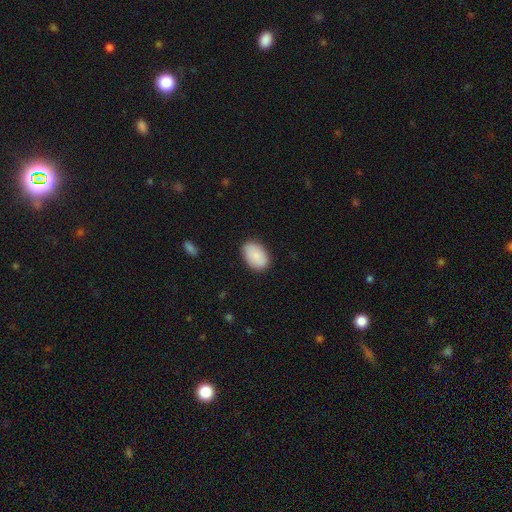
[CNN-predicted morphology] Smooth or featured?
  - smooth: 88% *
  - star or artifact: 6%
  - featured or disk: 6%
How rounded?
  - in between: 90% *
  - round: 9%
  - cigar-shaped: 1%
Merging?
  - none: 86% *
  - minor disturbance: 11%
  - major disturbance: 2%
  - merger: 1%